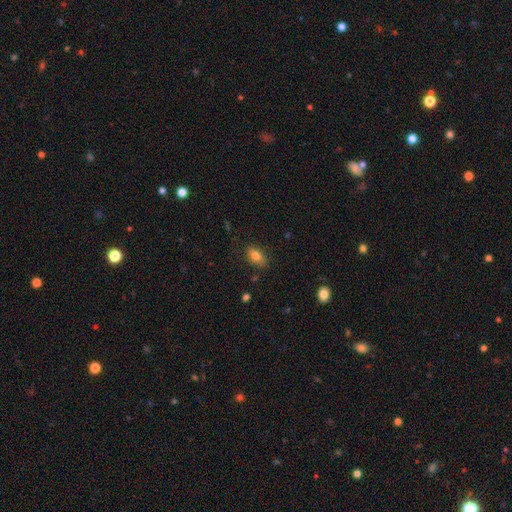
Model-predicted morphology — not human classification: Overall: smooth (80%). How rounded: in between (86%). Merging: none (83%).